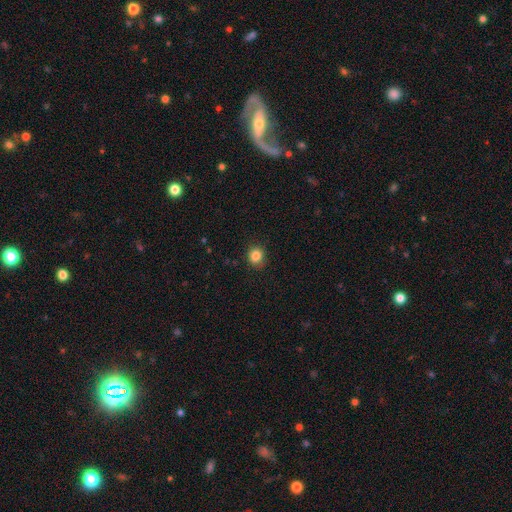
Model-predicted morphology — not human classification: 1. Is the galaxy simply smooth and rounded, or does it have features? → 85% smooth, 11% star or artifact, 4% featured or disk.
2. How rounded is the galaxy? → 82% round, 17% in between, 1% cigar-shaped.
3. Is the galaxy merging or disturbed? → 88% none, 9% minor disturbance, 2% major disturbance, 1% merger.